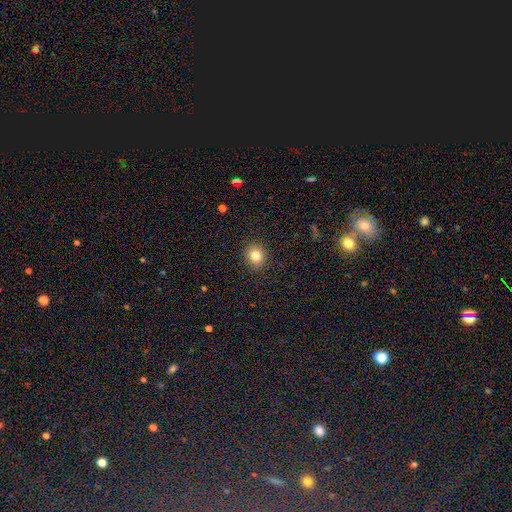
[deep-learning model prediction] A smooth galaxy with no disk features (82%) that is round (79%).

Vote fractions:
- Smooth or featured? smooth: 82% / star or artifact: 11% / featured or disk: 7%
- How rounded? round: 79% / in between: 20% / cigar-shaped: 1%
- Merging? none: 90% / minor disturbance: 7% / major disturbance: 2% / merger: 1%